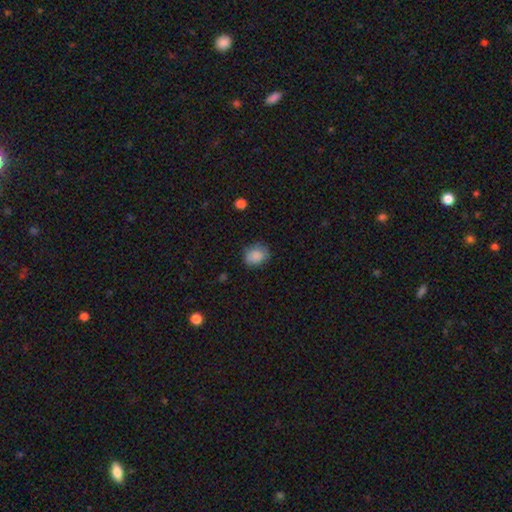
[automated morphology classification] Smooth or featured? smooth (86%)
How rounded? in between (52%)
Merging? none (75%)